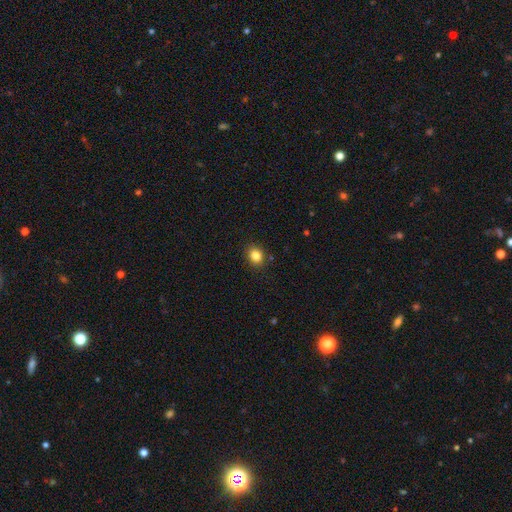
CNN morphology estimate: Q: Smooth or featured?
A: smooth (83%); runner-up: star or artifact (12%)
Q: How rounded?
A: round (71%); runner-up: in between (28%)
Q: Merging?
A: none (89%); runner-up: minor disturbance (7%)